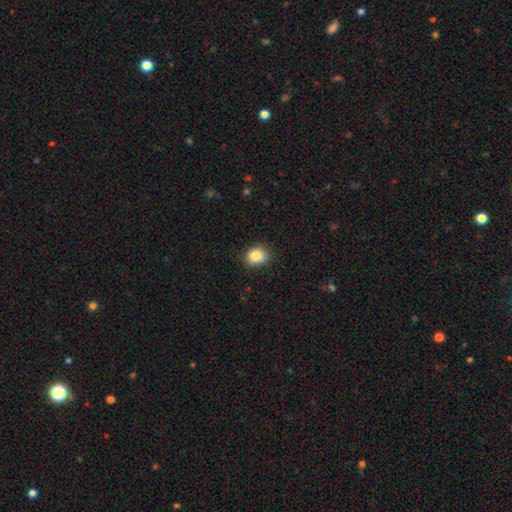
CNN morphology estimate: smooth_or_featured: smooth (p=0.85) [alt: star or artifact p=0.10]
how_rounded: round (p=0.57) [alt: in between p=0.42]
merging: none (p=0.86) [alt: minor disturbance p=0.11]